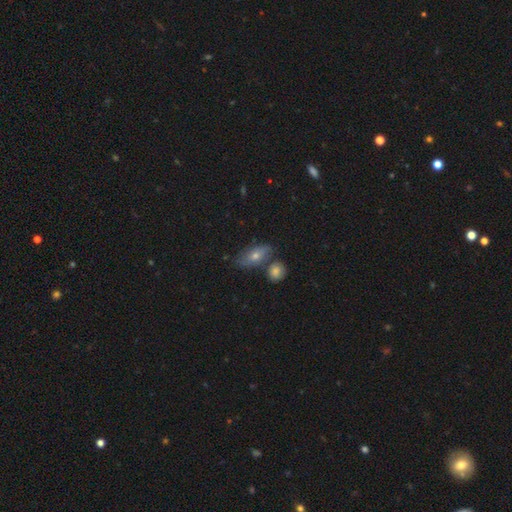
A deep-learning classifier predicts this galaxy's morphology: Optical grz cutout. It shows a smooth galaxy with no disk features (54%) that is in between round and cigar-shaped (74%). Merging: none (63%).